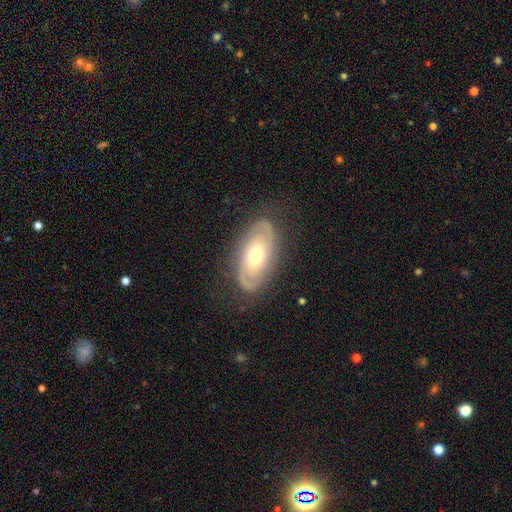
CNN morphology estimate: Smooth or featured? Predicted: featured or disk (p=0.80). Edge-on disk? Predicted: no (p=0.94). Bar? Predicted: no (p=0.65). Spiral arms? Predicted: yes (p=0.90). Spiral winding? Predicted: tight (p=0.57). Spiral arm count? Predicted: 2 (p=0.83). Bulge size? Predicted: moderate (p=0.67). Merging? Predicted: none (p=0.82).